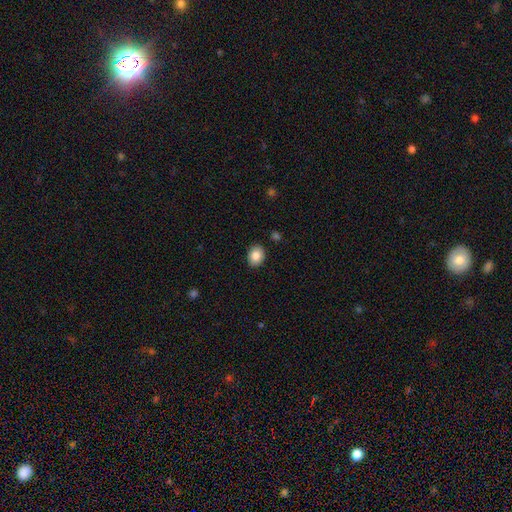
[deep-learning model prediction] A smooth galaxy with no disk features (85%) that is in between round and cigar-shaped (57%).

Vote fractions:
- Smooth or featured? smooth: 85% / star or artifact: 8% / featured or disk: 7%
- How rounded? in between: 57% / round: 42% / cigar-shaped: 1%
- Merging? none: 89% / minor disturbance: 8% / major disturbance: 2% / merger: 1%